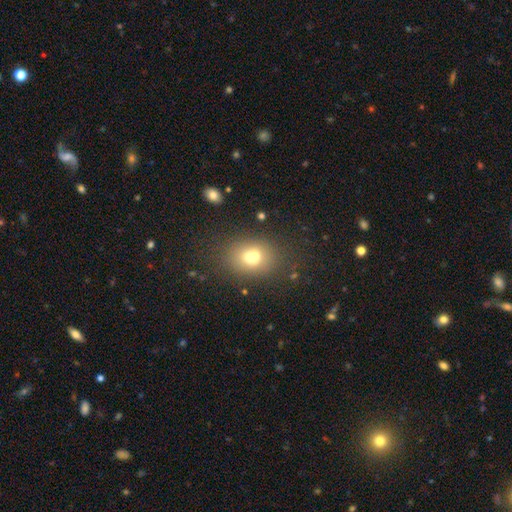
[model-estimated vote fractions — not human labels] The model was most divided on "how rounded": round: 50%, in between: 49%, cigar-shaped: 1%. Remaining: smooth or featured — smooth (68%); merging — none (49%).